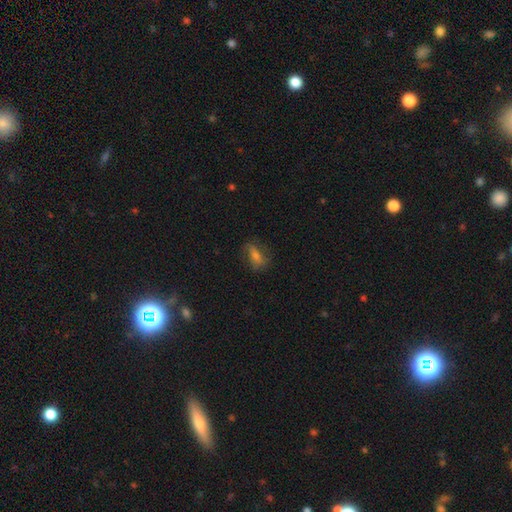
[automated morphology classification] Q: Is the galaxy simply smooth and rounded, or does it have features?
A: smooth — 51%.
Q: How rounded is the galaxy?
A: in between — 71%.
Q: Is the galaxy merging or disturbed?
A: none — 69%.